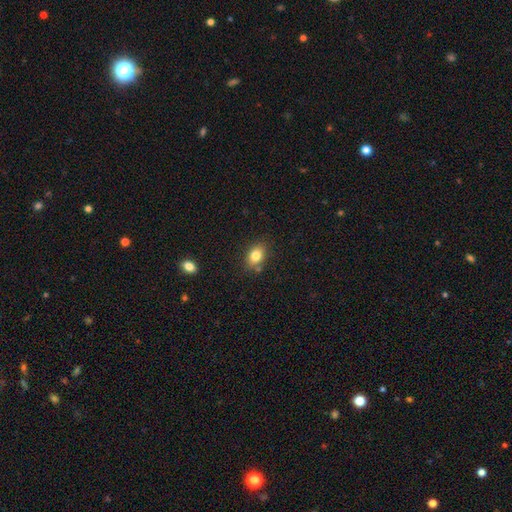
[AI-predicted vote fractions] Smooth or featured? Predicted: smooth (p=0.81). How rounded? Predicted: in between (p=0.72). Merging? Predicted: none (p=0.78).